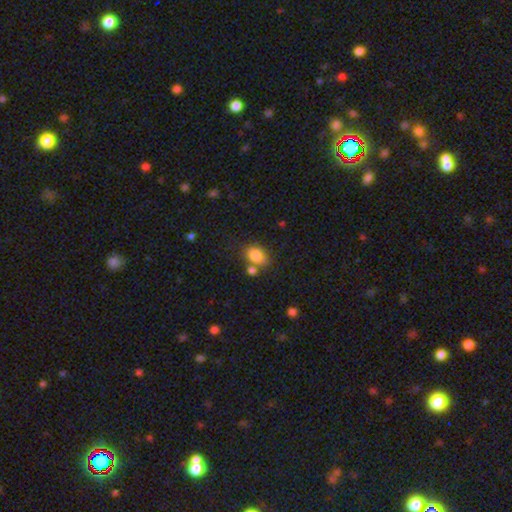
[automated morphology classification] A smooth galaxy with no disk features (83%) that is in between round and cigar-shaped (70%).

Vote fractions:
- Smooth or featured? smooth: 83% / star or artifact: 10% / featured or disk: 8%
- How rounded? in between: 70% / round: 29% / cigar-shaped: 1%
- Merging? none: 59% / merger: 18% / minor disturbance: 17% / major disturbance: 5%